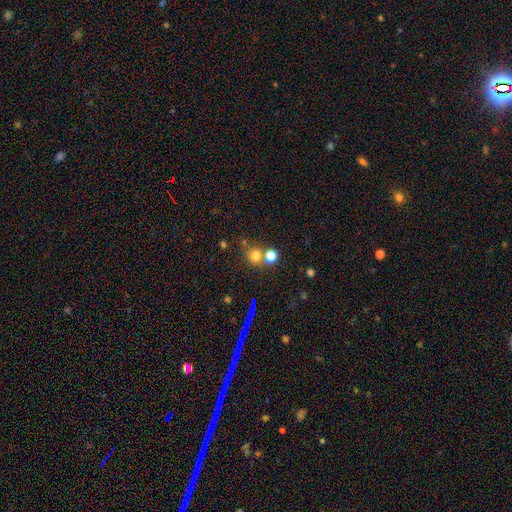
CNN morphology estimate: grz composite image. It shows a smooth galaxy with no disk features (74%) that is round (90%). Merging: none (62%).